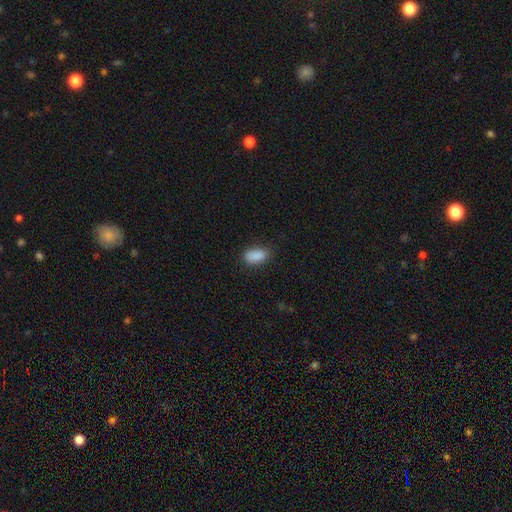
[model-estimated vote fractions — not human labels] The model was most divided on "merging": none: 81%, minor disturbance: 15%, major disturbance: 3%, merger: 1%. More confident: how rounded — in between (91%); smooth or featured — smooth (89%).